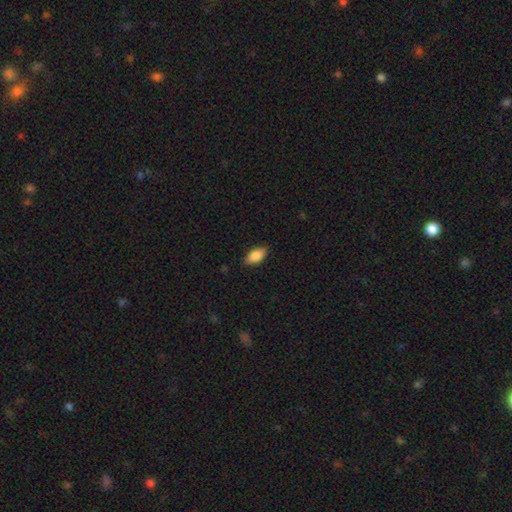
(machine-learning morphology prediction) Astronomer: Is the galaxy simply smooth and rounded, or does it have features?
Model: smooth — 84%.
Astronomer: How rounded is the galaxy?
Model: in between — 89%.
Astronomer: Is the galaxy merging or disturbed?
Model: none — 84%.